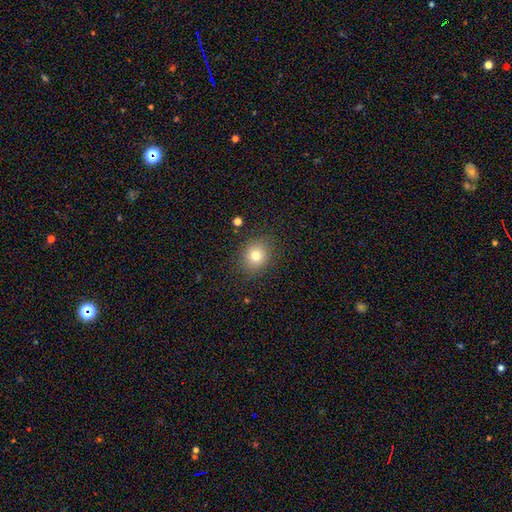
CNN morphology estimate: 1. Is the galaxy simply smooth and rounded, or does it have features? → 78% smooth, 12% star or artifact, 10% featured or disk.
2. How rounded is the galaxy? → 67% round, 32% in between, 1% cigar-shaped.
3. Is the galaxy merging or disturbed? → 86% none, 9% minor disturbance, 3% major disturbance, 1% merger.